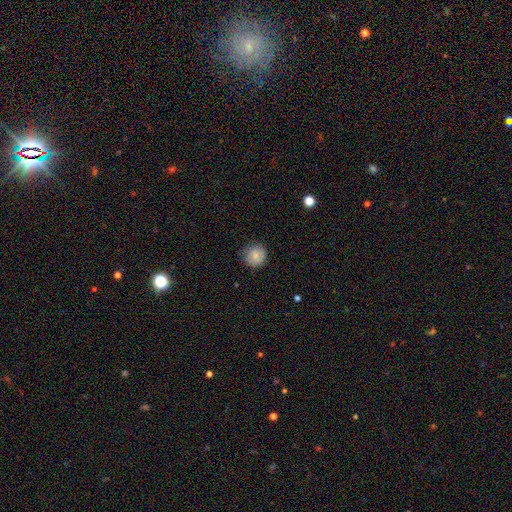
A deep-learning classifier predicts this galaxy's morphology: A smooth galaxy with no disk features (80%) that is round (91%).

Vote fractions:
- Smooth or featured? smooth: 80% / featured or disk: 11% / star or artifact: 8%
- How rounded? round: 91% / in between: 8% / cigar-shaped: 1%
- Merging? none: 79% / minor disturbance: 16% / major disturbance: 3% / merger: 1%